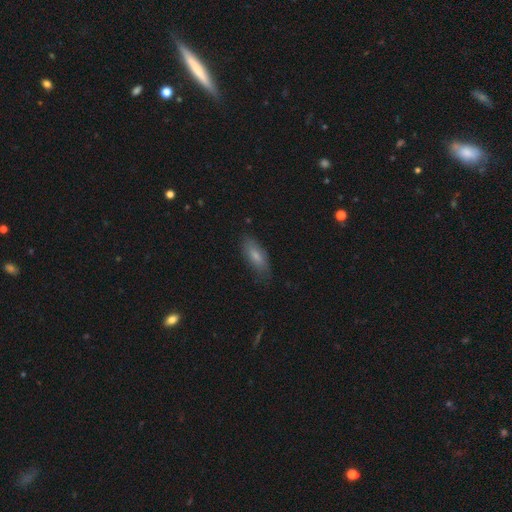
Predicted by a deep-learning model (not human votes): Smooth or featured? Predicted: smooth (p=0.73). How rounded? Predicted: in between (p=0.72). Merging? Predicted: none (p=0.74).